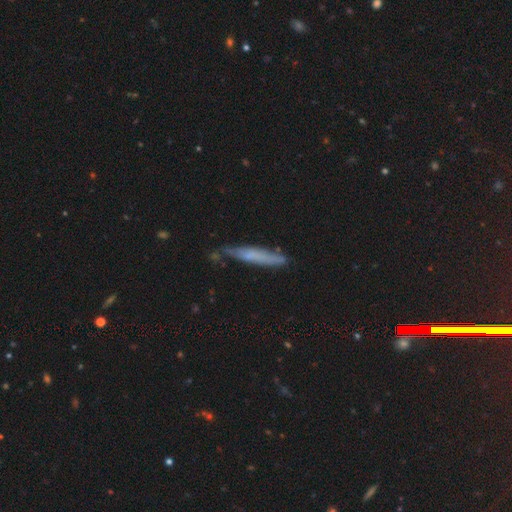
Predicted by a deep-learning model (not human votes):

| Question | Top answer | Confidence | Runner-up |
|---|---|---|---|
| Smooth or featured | smooth | 54% | featured or disk (38%) |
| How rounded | cigar-shaped | 93% | in between (6%) |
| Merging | none | 68% | minor disturbance (24%) |